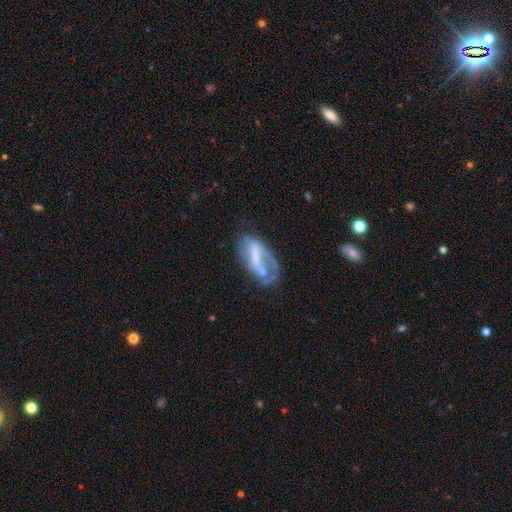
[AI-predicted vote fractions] A featured or disk galaxy (56%) with a strong bar (37%), no spiral arms (66%) and no central bulge (41%). Merging: none (36%).